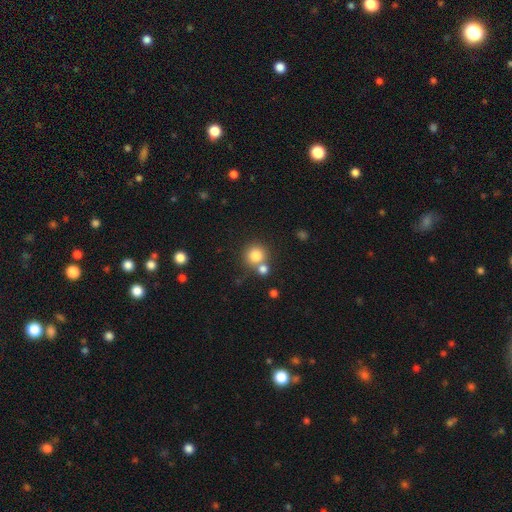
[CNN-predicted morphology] This appears to be a smooth galaxy with no disk features (81%) that is round (91%). Merging: none (62%).